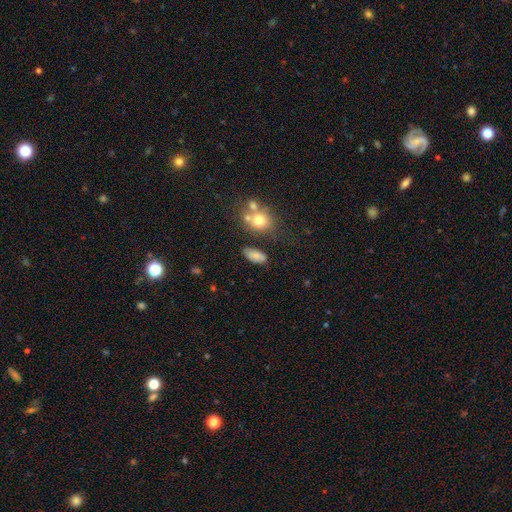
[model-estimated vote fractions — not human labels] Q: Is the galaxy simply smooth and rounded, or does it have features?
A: smooth — 74%.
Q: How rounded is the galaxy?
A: in between — 85%.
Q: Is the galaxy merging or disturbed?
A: none — 70%.